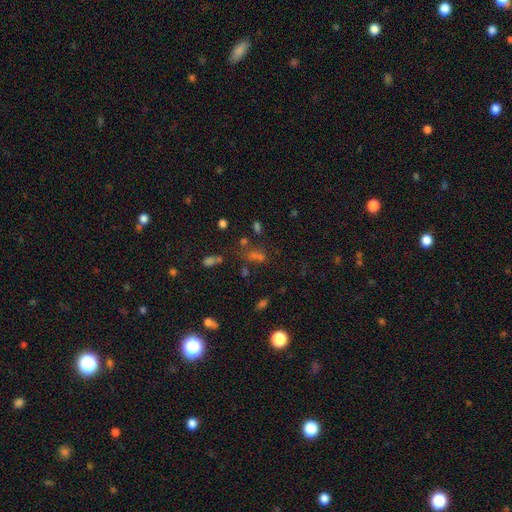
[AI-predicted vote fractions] Q: Smooth or featured?
A: star or artifact (47%); runner-up: smooth (39%)